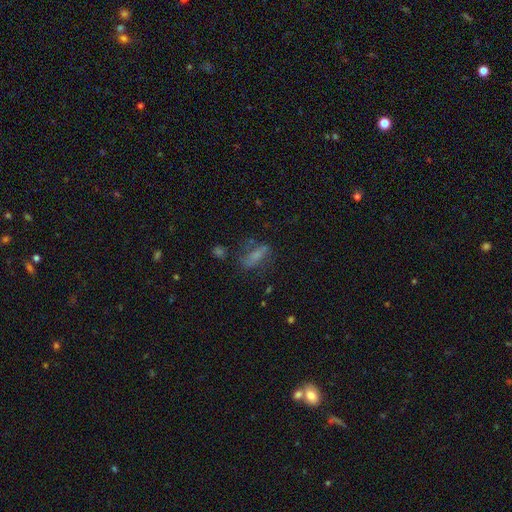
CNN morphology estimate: smooth-or-featured: smooth: 53% | featured or disk: 31% | star or artifact: 16%
  how-rounded: in between: 63% | cigar-shaped: 32% | round: 6%
  merging: none: 51% | minor disturbance: 23% | major disturbance: 20% | merger: 6%